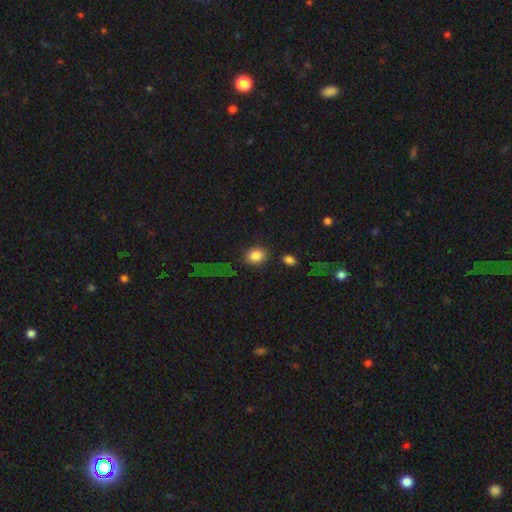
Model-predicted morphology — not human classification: Q: Smooth or featured?
A: smooth (86%); runner-up: star or artifact (8%)
Q: How rounded?
A: round (51%); runner-up: in between (47%)
Q: Merging?
A: none (76%); runner-up: minor disturbance (12%)